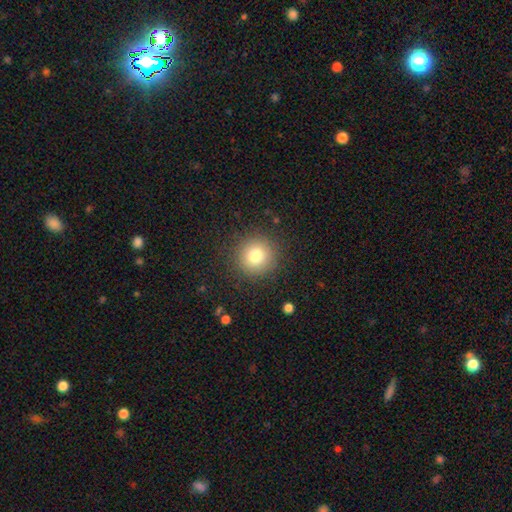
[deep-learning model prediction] This appears to be a smooth galaxy with no disk features (78%) that is round (94%). Merging: none (89%).